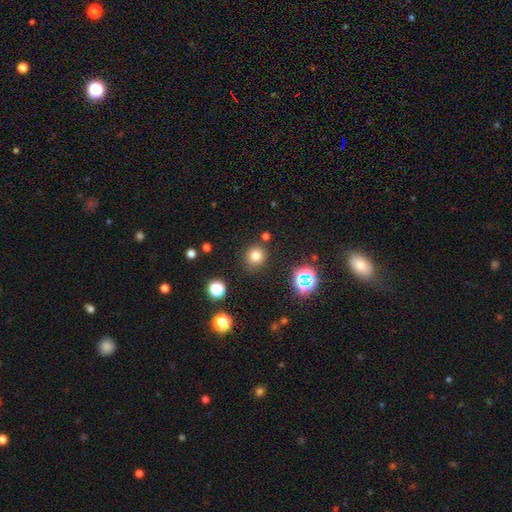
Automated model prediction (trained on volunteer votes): The model was most divided on "smooth or featured": smooth: 75%, star or artifact: 18%, featured or disk: 7%. More confident: how rounded — round (87%); merging — none (84%).